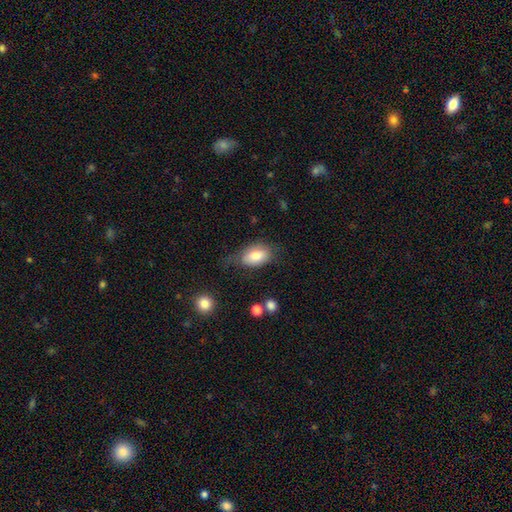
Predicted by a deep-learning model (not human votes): Smooth or featured?
  - smooth: 79% *
  - featured or disk: 14%
  - star or artifact: 7%
How rounded?
  - in between: 90% *
  - round: 8%
  - cigar-shaped: 2%
Merging?
  - none: 53% *
  - minor disturbance: 29%
  - major disturbance: 15%
  - merger: 3%